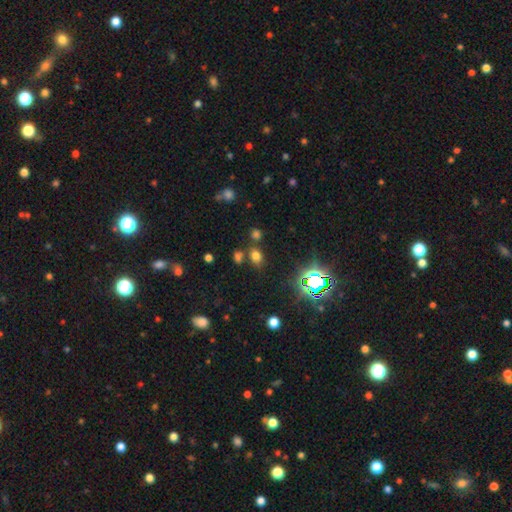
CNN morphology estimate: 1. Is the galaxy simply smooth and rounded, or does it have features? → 64% smooth, 29% star or artifact, 7% featured or disk.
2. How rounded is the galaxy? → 67% in between, 31% round, 2% cigar-shaped.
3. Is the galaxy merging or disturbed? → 73% none, 12% merger, 11% minor disturbance, 4% major disturbance.